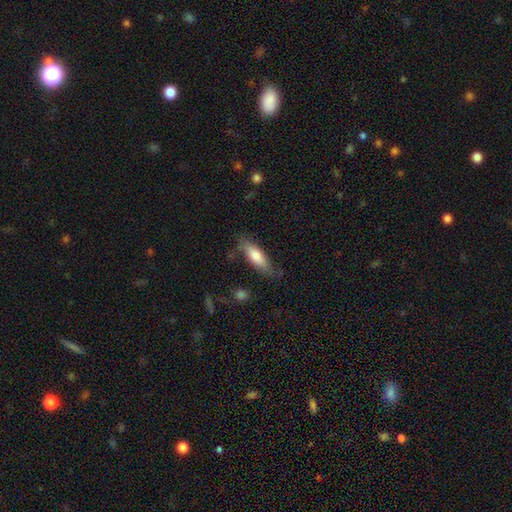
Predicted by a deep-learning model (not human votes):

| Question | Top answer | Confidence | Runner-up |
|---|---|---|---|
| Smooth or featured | smooth | 71% | featured or disk (23%) |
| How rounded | in between | 54% | cigar-shaped (44%) |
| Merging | none | 68% | minor disturbance (23%) |